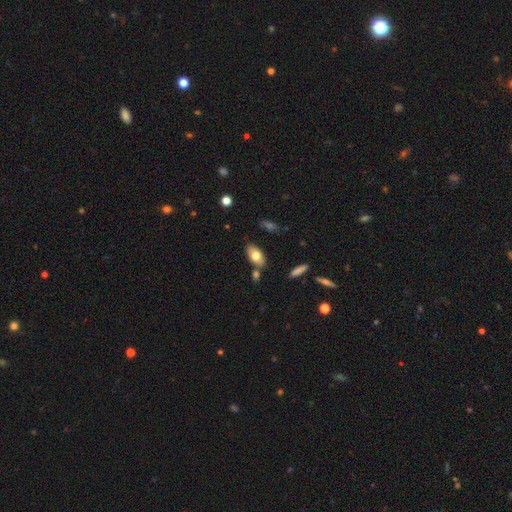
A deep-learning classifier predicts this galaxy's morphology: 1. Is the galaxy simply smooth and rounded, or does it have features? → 73% smooth, 20% featured or disk, 7% star or artifact.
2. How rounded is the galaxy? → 91% in between, 4% round, 4% cigar-shaped.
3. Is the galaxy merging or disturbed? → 75% none, 13% minor disturbance, 9% merger, 3% major disturbance.